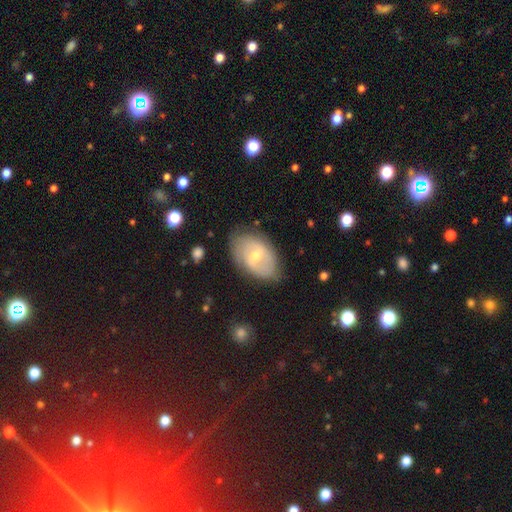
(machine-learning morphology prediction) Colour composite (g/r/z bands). It shows a featured or disk galaxy (64%) with a weak bar (58%), spiral arms (69%) and a moderate central bulge (61%). Merging: none (70%).